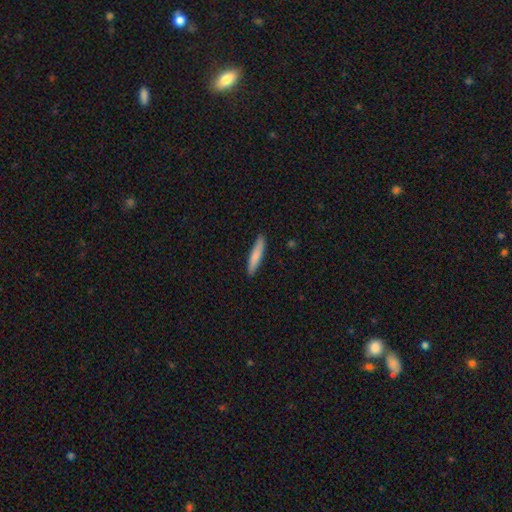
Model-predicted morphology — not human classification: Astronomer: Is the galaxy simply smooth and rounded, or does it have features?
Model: smooth — 78%.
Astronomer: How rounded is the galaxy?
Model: cigar-shaped — 89%.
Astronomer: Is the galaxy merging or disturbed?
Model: none — 89%.